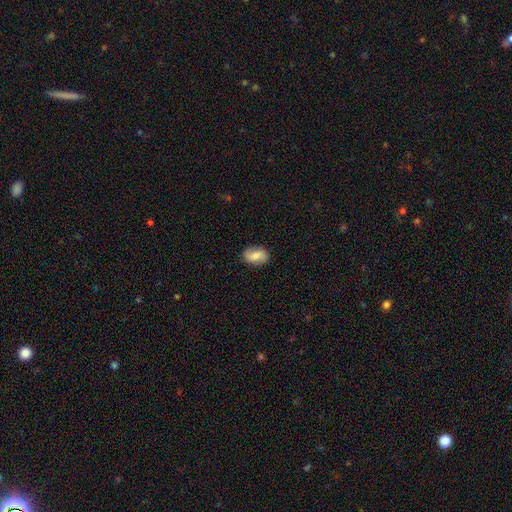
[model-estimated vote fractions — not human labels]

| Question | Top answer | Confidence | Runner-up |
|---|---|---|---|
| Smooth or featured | smooth | 59% | featured or disk (33%) |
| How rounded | in between | 86% | round (12%) |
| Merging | none | 84% | minor disturbance (12%) |